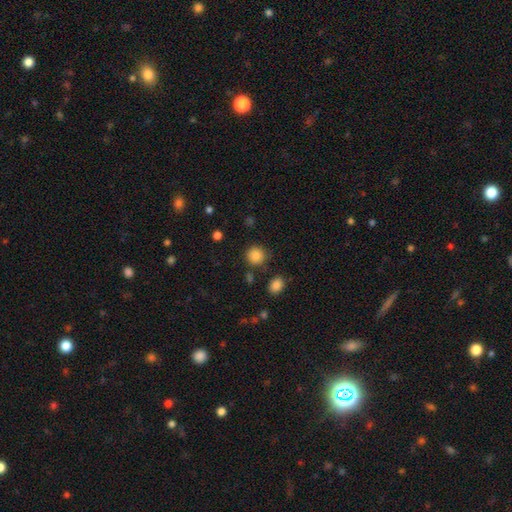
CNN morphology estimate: Q: Smooth or featured?
A: smooth (86%); runner-up: star or artifact (10%)
Q: How rounded?
A: round (91%); runner-up: in between (8%)
Q: Merging?
A: none (85%); runner-up: minor disturbance (9%)